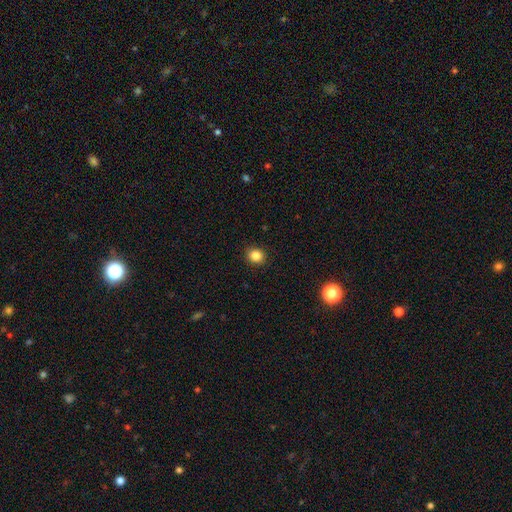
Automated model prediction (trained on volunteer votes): smooth-or-featured: smooth: 85% | star or artifact: 11% | featured or disk: 4%
  how-rounded: round: 81% | in between: 18% | cigar-shaped: 1%
  merging: none: 92% | minor disturbance: 6% | major disturbance: 2% | merger: 1%